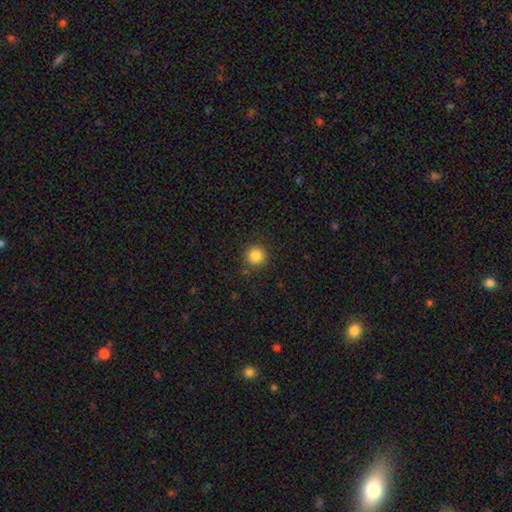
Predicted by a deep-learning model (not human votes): This appears to be a smooth galaxy with no disk features (85%) that is round (94%). Merging: none (90%).